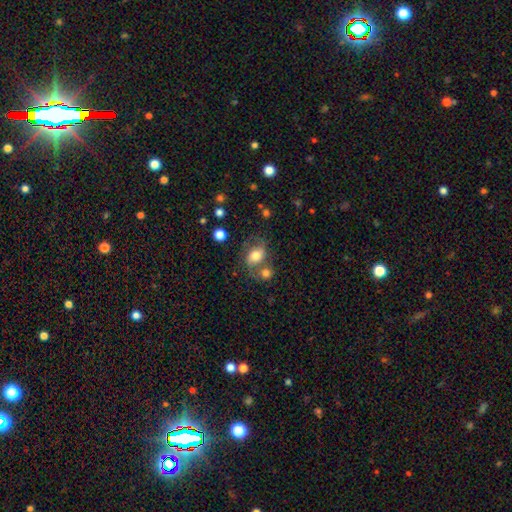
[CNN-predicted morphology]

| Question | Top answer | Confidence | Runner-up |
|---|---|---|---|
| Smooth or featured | smooth | 52% | featured or disk (38%) |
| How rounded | in between | 56% | round (43%) |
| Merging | none | 46% | merger (28%) |